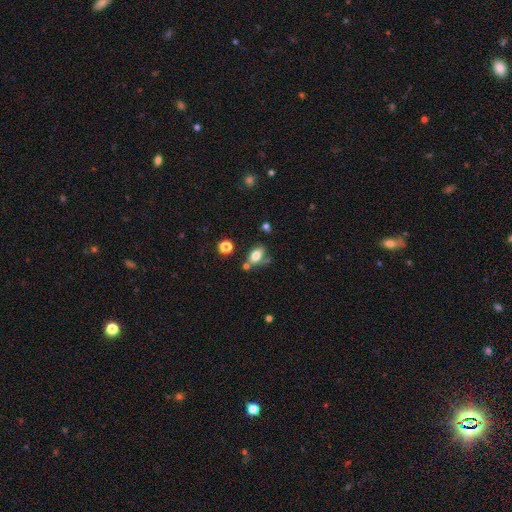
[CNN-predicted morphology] A smooth galaxy with no disk features (77%) that is in between round and cigar-shaped (85%). Merging: none (60%).